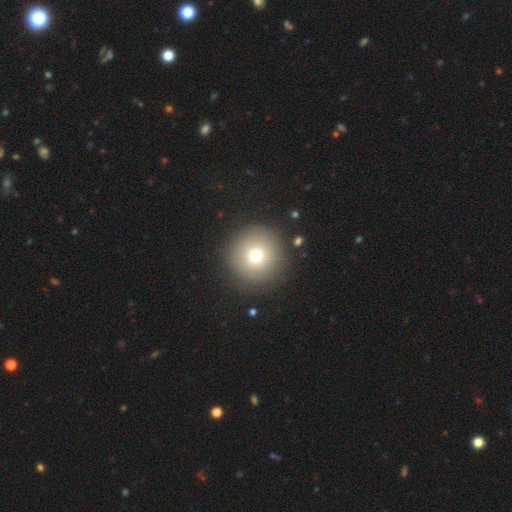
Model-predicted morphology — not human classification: A smooth galaxy with no disk features (72%) that is round (96%). Merging: none (88%).